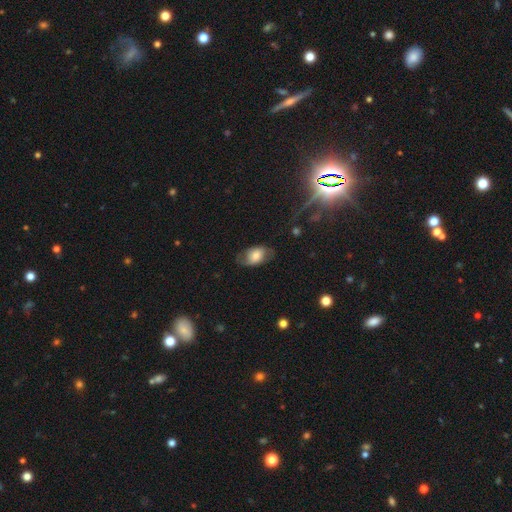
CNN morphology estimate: smooth-or-featured: smooth: 59% | featured or disk: 33% | star or artifact: 8%
  how-rounded: in between: 87% | round: 11% | cigar-shaped: 2%
  merging: none: 67% | minor disturbance: 21% | major disturbance: 10% | merger: 1%